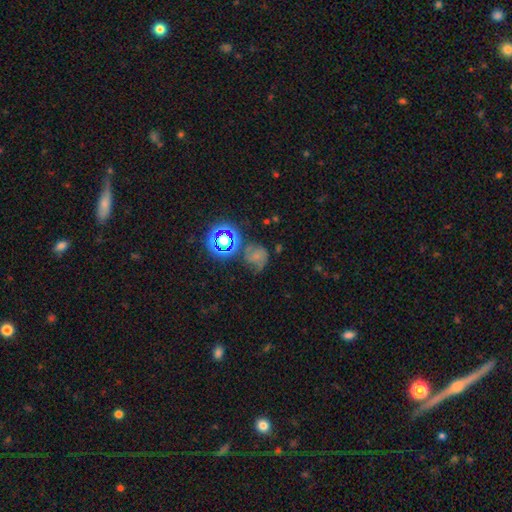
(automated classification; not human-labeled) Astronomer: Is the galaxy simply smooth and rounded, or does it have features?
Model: smooth — 45% (runner-up: star or artifact, 30%).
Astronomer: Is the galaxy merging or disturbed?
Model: none — 46% (runner-up: minor disturbance, 25%).